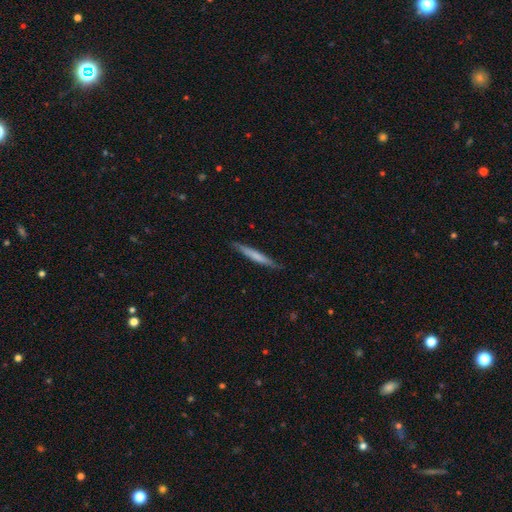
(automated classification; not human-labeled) Q: Smooth or featured?
A: smooth (63%); runner-up: featured or disk (32%)
Q: How rounded?
A: cigar-shaped (96%); runner-up: in between (3%)
Q: Merging?
A: none (86%); runner-up: minor disturbance (11%)